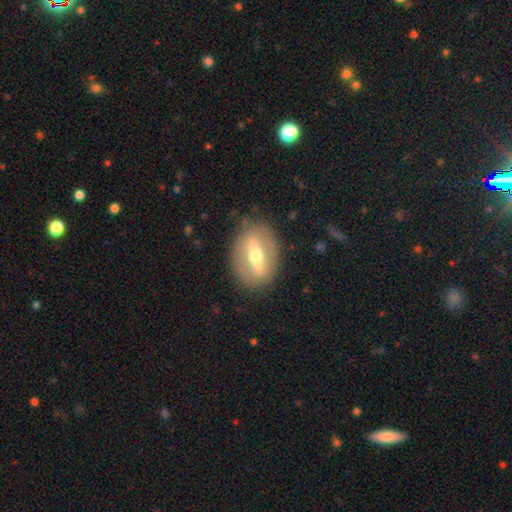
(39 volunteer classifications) Smooth or featured: featured or disk — 74% (smooth — 18%)
Edge-on disk: no — 69% (yes — 31%)
Bar: strong — 85% (weak — 10%)
Spiral arms: no — 80% (yes — 20%)
Bulge size: moderate — 90% (large — 5%)
Merging: none — 86% (minor disturbance — 11%)